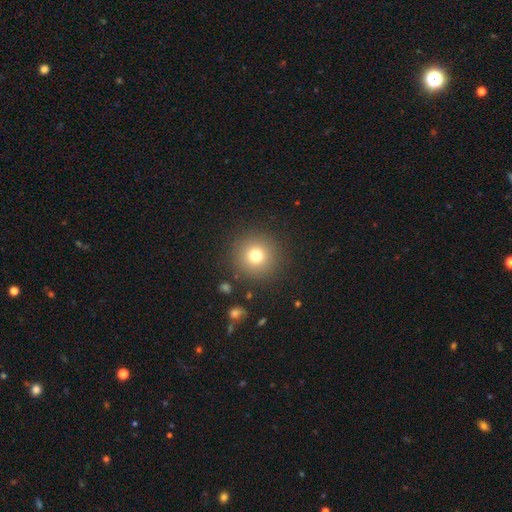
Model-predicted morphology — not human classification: Smooth or featured? smooth (76%)
How rounded? round (96%)
Merging? none (89%)